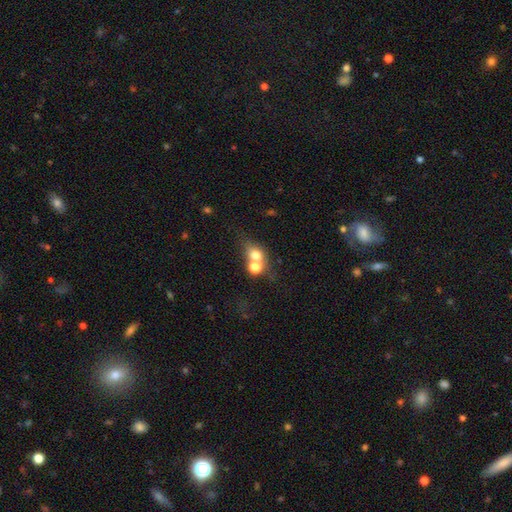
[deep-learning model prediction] smooth-or-featured: smooth: 68% | featured or disk: 17% | star or artifact: 15%
  how-rounded: round: 57% | in between: 40% | cigar-shaped: 3%
  merging: merger: 47% | none: 38% | minor disturbance: 9% | major disturbance: 6%